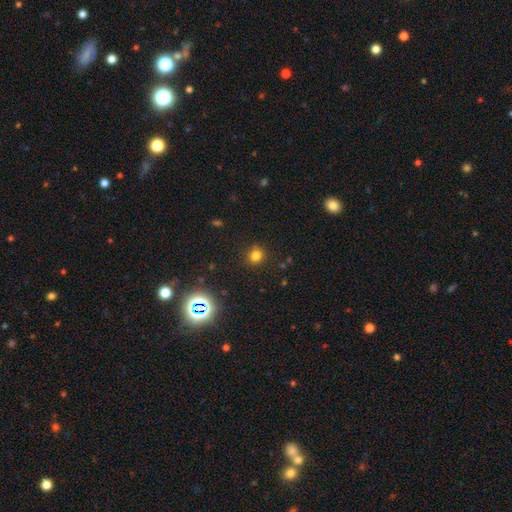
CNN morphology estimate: smooth-or-featured: smooth: 76% | star or artifact: 19% | featured or disk: 5%
  how-rounded: round: 88% | in between: 11% | cigar-shaped: 1%
  merging: none: 88% | minor disturbance: 7% | major disturbance: 3% | merger: 2%